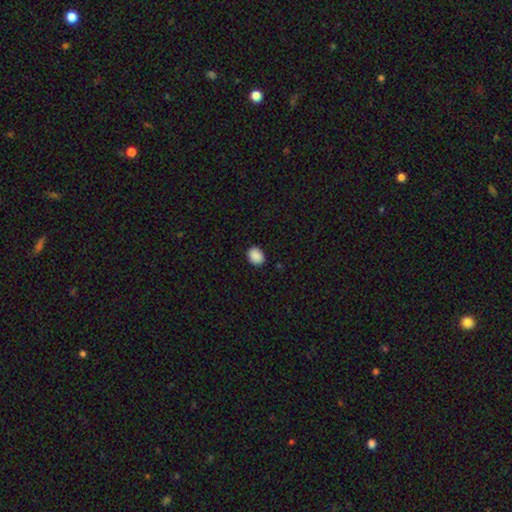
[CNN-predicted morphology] Q: Smooth or featured?
A: smooth (90%); runner-up: star or artifact (8%)
Q: How rounded?
A: in between (59%); runner-up: round (40%)
Q: Merging?
A: none (89%); runner-up: minor disturbance (8%)